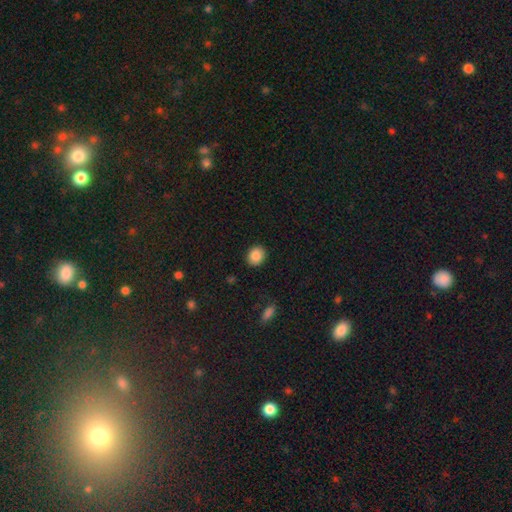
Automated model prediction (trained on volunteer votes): A smooth galaxy with no disk features (87%) that is round (68%).

Vote fractions:
- Smooth or featured? smooth: 87% / star or artifact: 9% / featured or disk: 5%
- How rounded? round: 68% / in between: 31% / cigar-shaped: 1%
- Merging? none: 90% / minor disturbance: 7% / major disturbance: 2% / merger: 1%